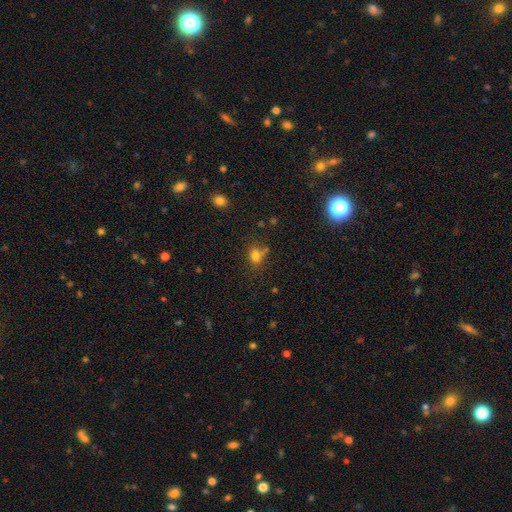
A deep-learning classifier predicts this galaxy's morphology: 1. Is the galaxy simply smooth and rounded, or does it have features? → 77% smooth, 15% star or artifact, 8% featured or disk.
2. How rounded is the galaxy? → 54% in between, 45% round, 2% cigar-shaped.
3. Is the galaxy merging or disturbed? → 60% none, 18% minor disturbance, 16% merger, 6% major disturbance.